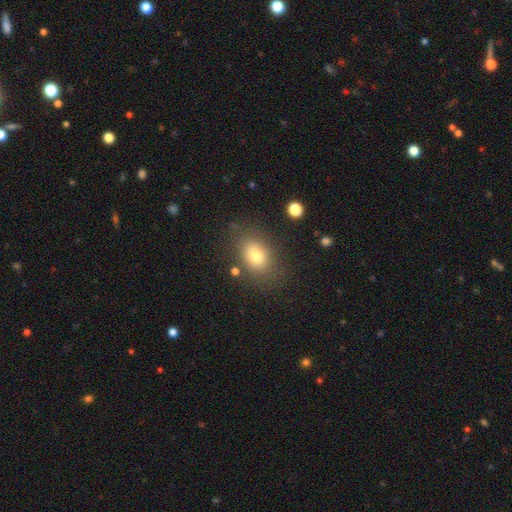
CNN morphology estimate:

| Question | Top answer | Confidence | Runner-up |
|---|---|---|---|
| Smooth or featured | smooth | 75% | star or artifact (13%) |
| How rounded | in between | 66% | round (33%) |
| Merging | none | 79% | minor disturbance (12%) |